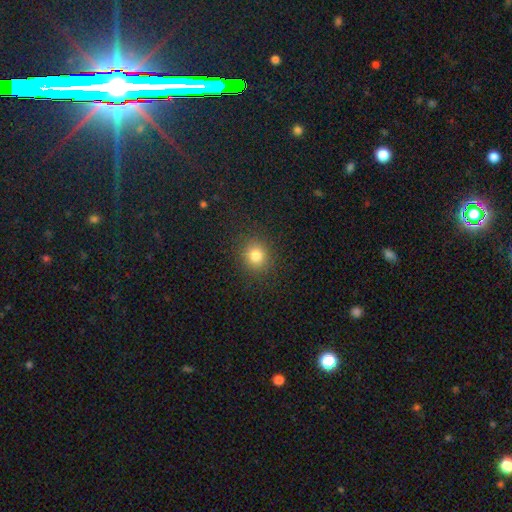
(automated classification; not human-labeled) Morphology: type=smooth (81%); roundness=round (85%); merging=none (89%).